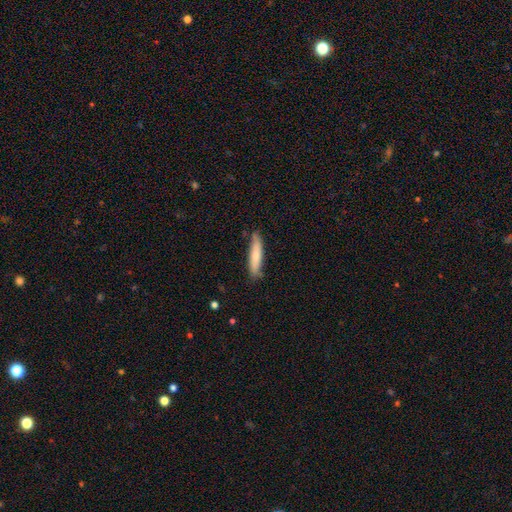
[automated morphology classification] smooth 73%, featured or disk 21%, star or artifact 6%. Down the decision tree: how rounded — cigar-shaped (82%); merging — none (79%).